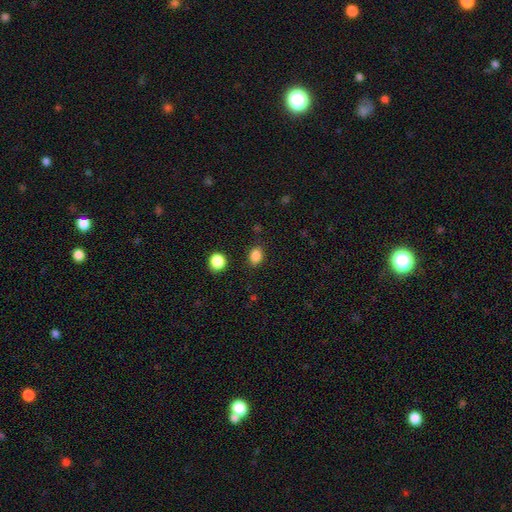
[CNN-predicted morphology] type=smooth (85%); roundness=in between (65%); merging=none (84%).